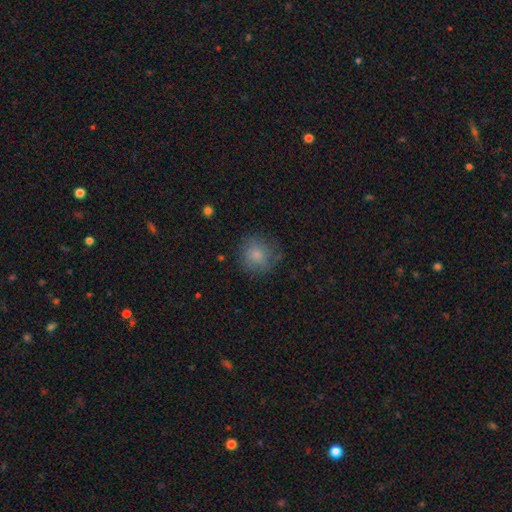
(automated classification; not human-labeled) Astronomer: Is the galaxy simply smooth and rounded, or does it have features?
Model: smooth — 80%.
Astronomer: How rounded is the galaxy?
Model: round — 89%.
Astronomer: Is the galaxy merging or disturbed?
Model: none — 78%.